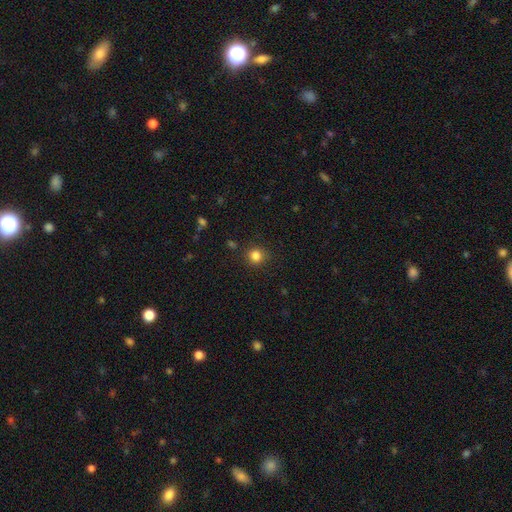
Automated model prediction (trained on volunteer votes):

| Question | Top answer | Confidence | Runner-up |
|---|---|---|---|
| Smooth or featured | smooth | 83% | star or artifact (12%) |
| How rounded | round | 91% | in between (9%) |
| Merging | none | 89% | minor disturbance (7%) |